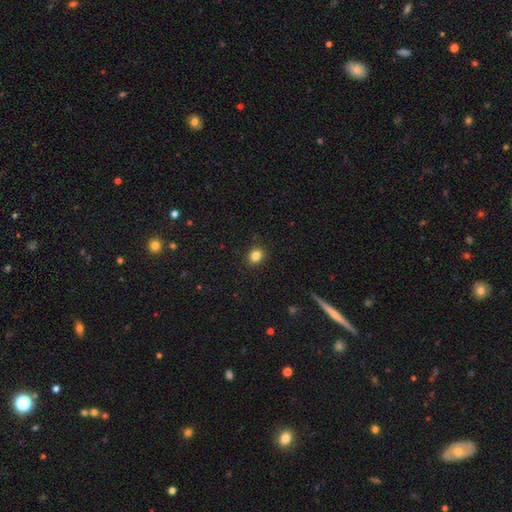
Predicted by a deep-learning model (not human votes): Smooth or featured? smooth (83%)
How rounded? round (80%)
Merging? none (92%)